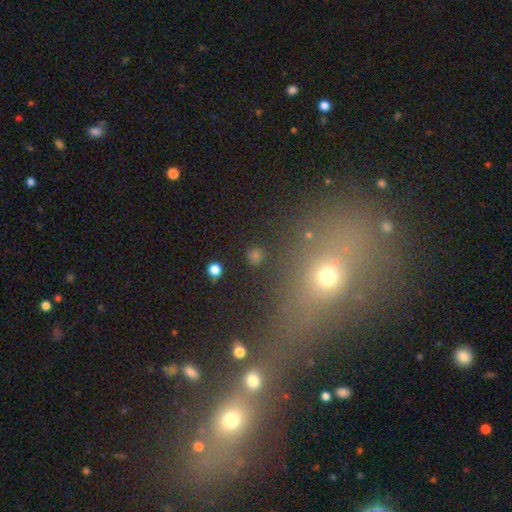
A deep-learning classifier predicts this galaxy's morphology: smooth-or-featured: smooth: 69% | star or artifact: 23% | featured or disk: 9%
  how-rounded: round: 86% | in between: 12% | cigar-shaped: 2%
  merging: none: 87% | minor disturbance: 6% | major disturbance: 3% | merger: 3%